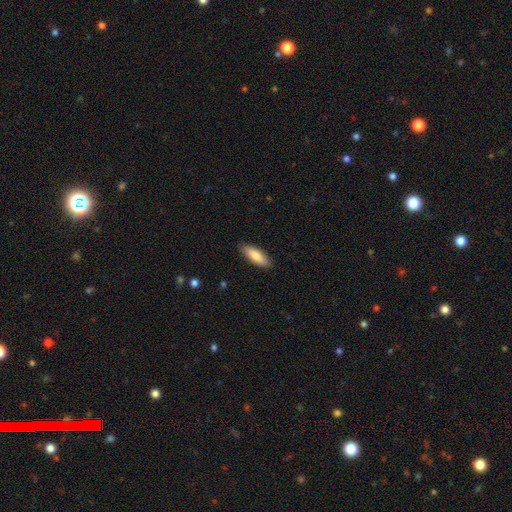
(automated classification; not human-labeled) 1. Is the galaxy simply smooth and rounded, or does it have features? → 82% smooth, 12% featured or disk, 6% star or artifact.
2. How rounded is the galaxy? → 61% in between, 38% cigar-shaped, 2% round.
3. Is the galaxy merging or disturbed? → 88% none, 9% minor disturbance, 2% major disturbance, 1% merger.